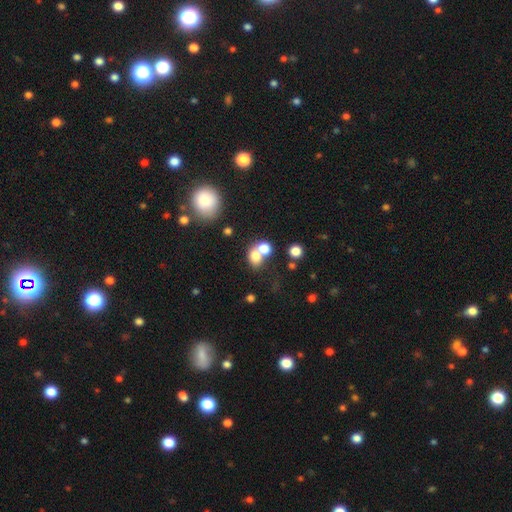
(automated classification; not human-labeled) A smooth galaxy with no disk features (73%) that is round (50%).

Vote fractions:
- Smooth or featured? smooth: 73% / featured or disk: 14% / star or artifact: 13%
- How rounded? round: 50% / in between: 49% / cigar-shaped: 1%
- Merging? merger: 55% / none: 31% / minor disturbance: 8% / major disturbance: 6%